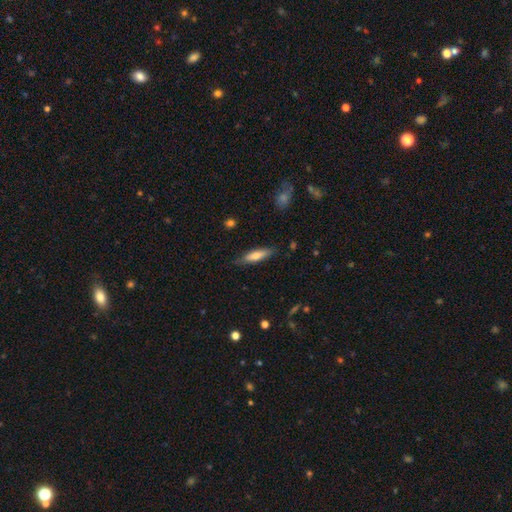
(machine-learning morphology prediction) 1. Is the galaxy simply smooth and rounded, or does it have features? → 69% smooth, 25% featured or disk, 6% star or artifact.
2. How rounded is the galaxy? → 66% cigar-shaped, 32% in between, 2% round.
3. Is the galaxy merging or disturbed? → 79% none, 17% minor disturbance, 3% major disturbance, 1% merger.